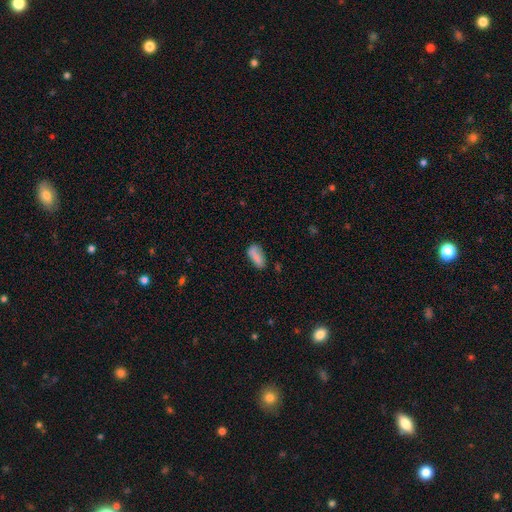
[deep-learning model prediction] Q: Smooth or featured?
A: smooth (80%); runner-up: featured or disk (11%)
Q: How rounded?
A: in between (81%); runner-up: cigar-shaped (16%)
Q: Merging?
A: none (60%); runner-up: minor disturbance (24%)